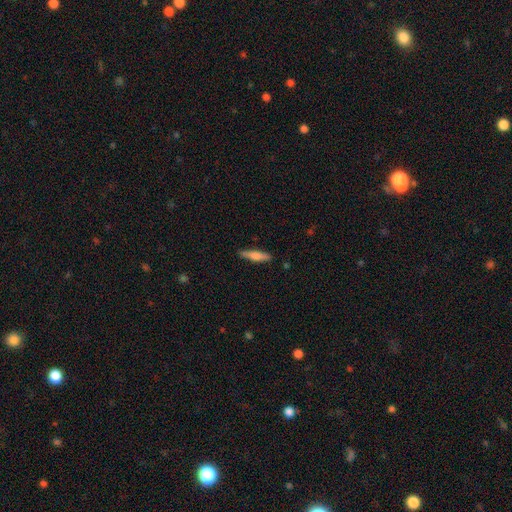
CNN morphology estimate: Smooth or featured? smooth (57%)
How rounded? cigar-shaped (81%)
Merging? none (87%)